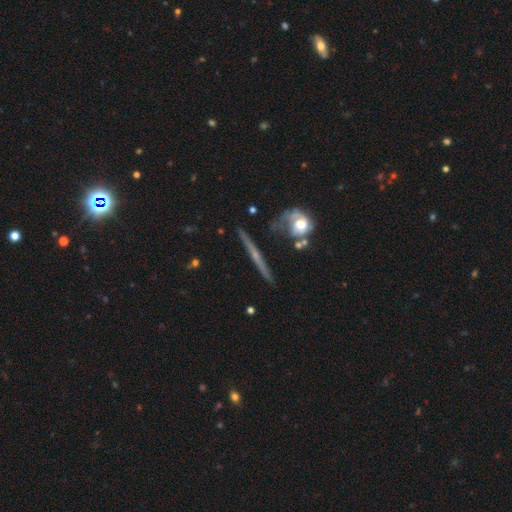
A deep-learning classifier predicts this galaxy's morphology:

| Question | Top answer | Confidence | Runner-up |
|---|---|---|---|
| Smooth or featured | featured or disk | 72% | smooth (20%) |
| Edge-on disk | yes | 94% | no (6%) |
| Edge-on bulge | rounded | 53% | none (40%) |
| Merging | none | 78% | minor disturbance (12%) |